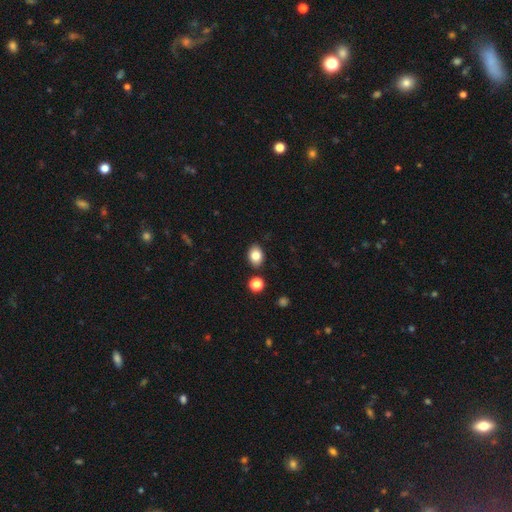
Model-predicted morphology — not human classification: type=smooth (84%); roundness=in between (69%); merging=none (85%).